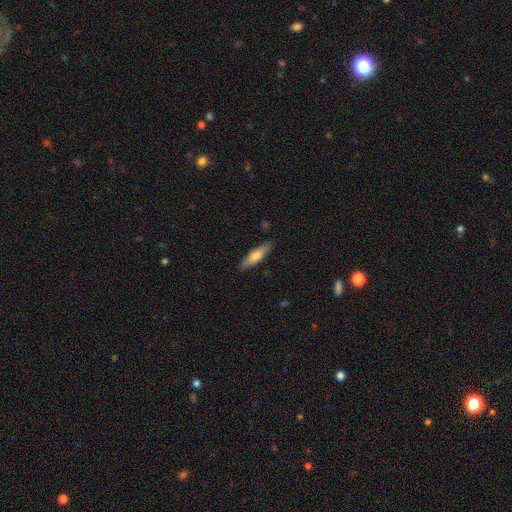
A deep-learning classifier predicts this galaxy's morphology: Q: Smooth or featured?
A: smooth (68%); runner-up: featured or disk (27%)
Q: How rounded?
A: cigar-shaped (73%); runner-up: in between (26%)
Q: Merging?
A: none (87%); runner-up: minor disturbance (10%)